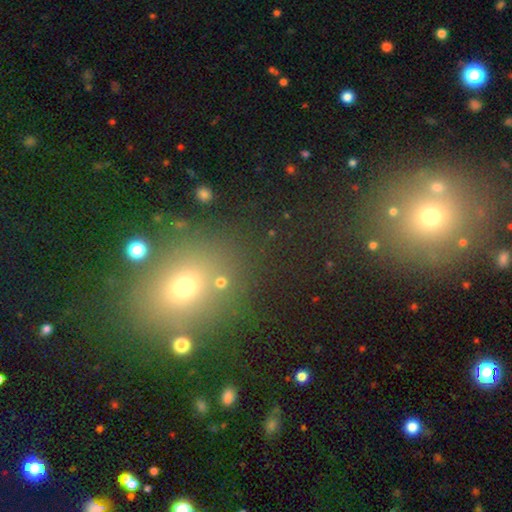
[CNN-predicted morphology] type=smooth (58%); roundness=round (52%); merging=none (75%).